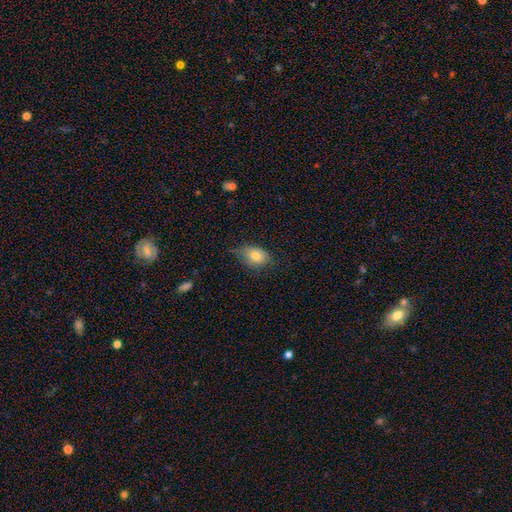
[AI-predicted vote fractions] smooth-or-featured: smooth: 78% | featured or disk: 12% | star or artifact: 9%
  how-rounded: in between: 77% | round: 21% | cigar-shaped: 2%
  merging: none: 56% | minor disturbance: 34% | major disturbance: 9% | merger: 1%